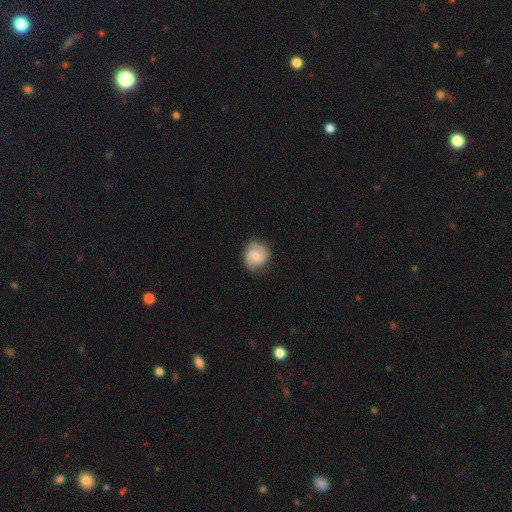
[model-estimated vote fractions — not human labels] Smooth or featured?
  - featured or disk: 53% *
  - smooth: 40%
  - star or artifact: 7%
Edge-on disk?
  - no: 98% *
  - yes: 2%
Bar?
  - no: 50% *
  - weak: 42%
  - strong: 8%
Spiral arms?
  - yes: 90% *
  - no: 10%
Bulge size?
  - small: 53% *
  - moderate: 35%
  - none: 9%
  - large: 3%
  - dominant: 1%
Merging?
  - none: 75% *
  - minor disturbance: 19%
  - major disturbance: 6%
  - merger: 1%